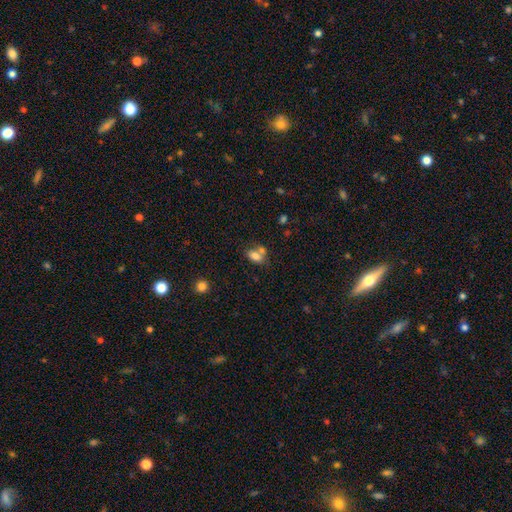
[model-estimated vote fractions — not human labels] smooth_or_featured: smooth (p=0.77) [alt: featured or disk p=0.12]
how_rounded: in between (p=0.85) [alt: round p=0.12]
merging: merger (p=0.43) [alt: none p=0.38]